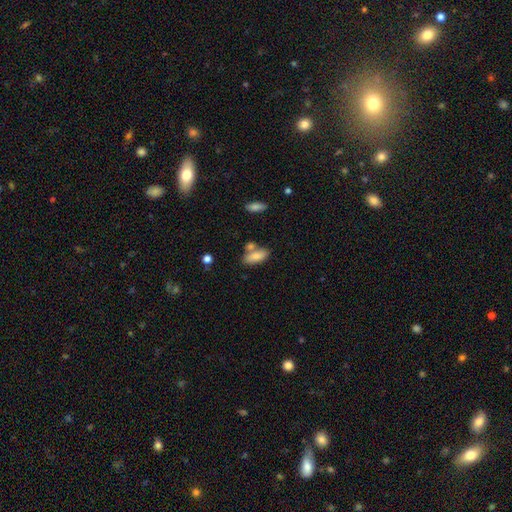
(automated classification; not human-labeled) The model was most divided on "merging": none: 60%, merger: 22%, minor disturbance: 14%, major disturbance: 4%. More confident: smooth or featured — smooth (82%); how rounded — in between (82%).